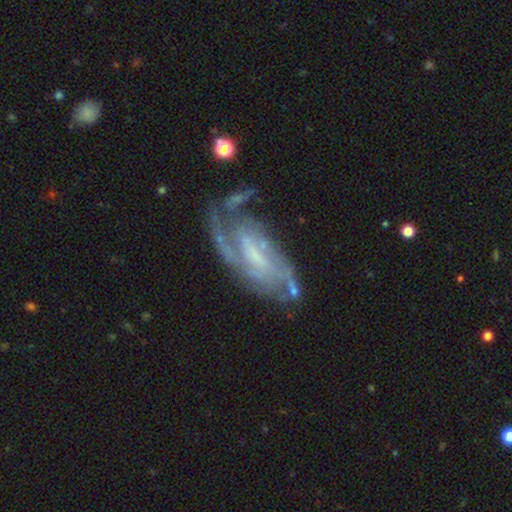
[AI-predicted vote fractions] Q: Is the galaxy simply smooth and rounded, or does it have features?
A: featured or disk — 85%.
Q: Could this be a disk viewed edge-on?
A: no — 94%.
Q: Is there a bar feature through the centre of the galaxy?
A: weak — 49%.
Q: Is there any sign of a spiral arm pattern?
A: yes — 93%.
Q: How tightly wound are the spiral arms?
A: medium — 43%.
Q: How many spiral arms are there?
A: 2 — 42%.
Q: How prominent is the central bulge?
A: small — 39%.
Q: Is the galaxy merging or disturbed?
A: none — 55%.